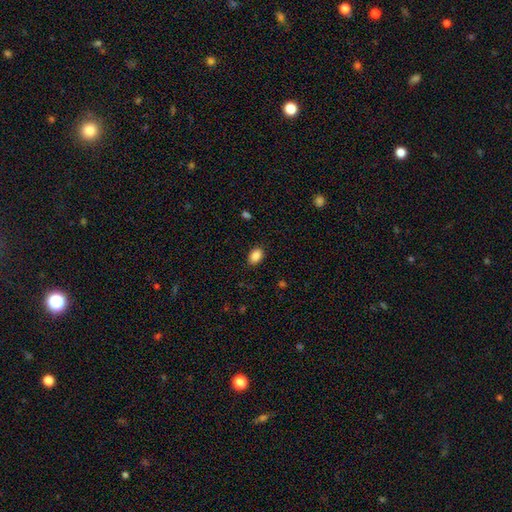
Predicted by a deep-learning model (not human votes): Smooth or featured? smooth (88%)
How rounded? in between (83%)
Merging? none (87%)